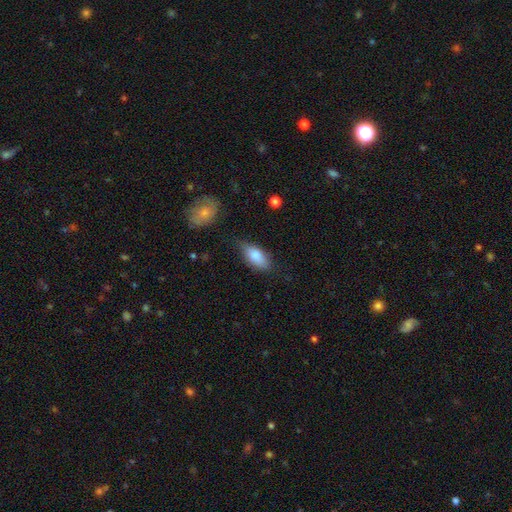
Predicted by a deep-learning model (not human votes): Morphology: type=smooth (80%); roundness=in between (86%); merging=none (69%).